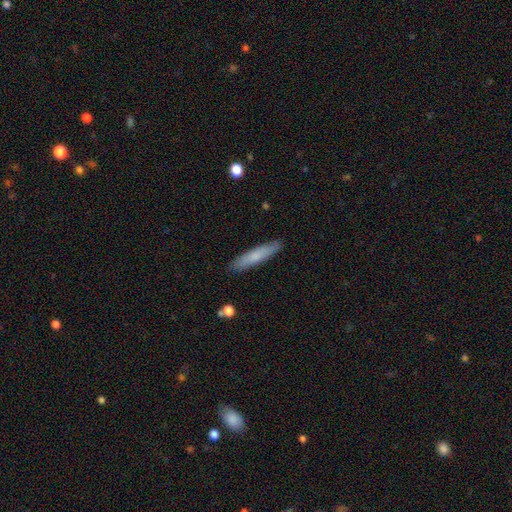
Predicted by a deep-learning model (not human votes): Morphology: type=smooth (73%); roundness=cigar-shaped (89%); merging=none (90%).